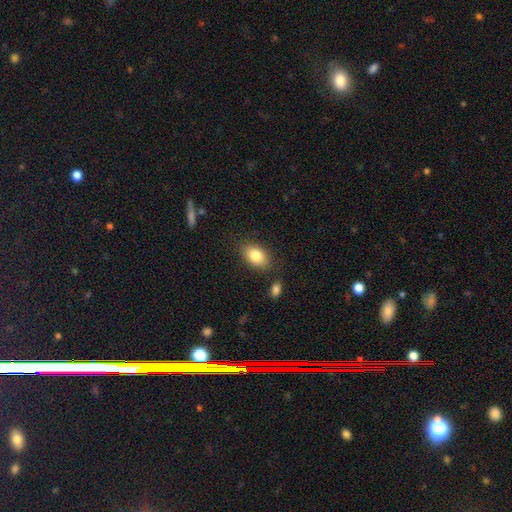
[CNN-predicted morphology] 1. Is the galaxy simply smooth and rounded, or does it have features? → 81% smooth, 11% featured or disk, 8% star or artifact.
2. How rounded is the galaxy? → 86% in between, 13% round, 2% cigar-shaped.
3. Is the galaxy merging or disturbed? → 81% none, 12% minor disturbance, 3% merger, 3% major disturbance.